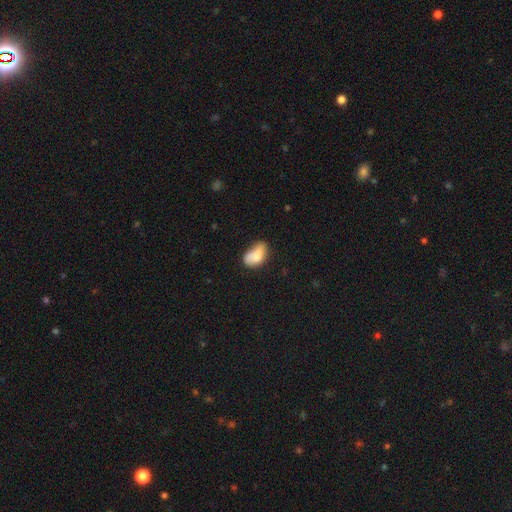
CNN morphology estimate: smooth 72%, featured or disk 20%, star or artifact 8%. Down the decision tree: how rounded — in between (89%); merging — none (34%).